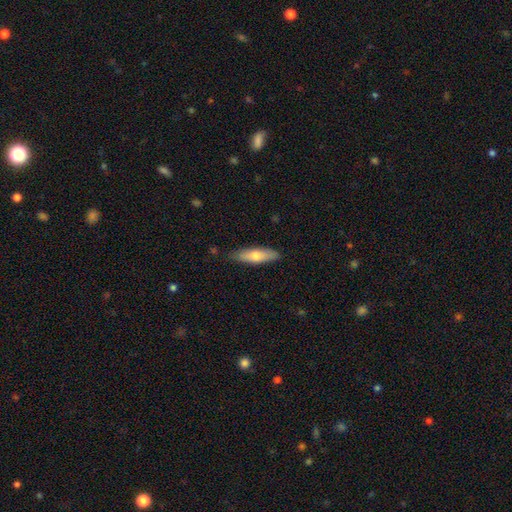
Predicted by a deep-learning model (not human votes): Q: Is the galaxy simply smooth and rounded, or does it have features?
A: smooth — 66%.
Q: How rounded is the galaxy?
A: cigar-shaped — 60%.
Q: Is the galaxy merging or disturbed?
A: none — 83%.